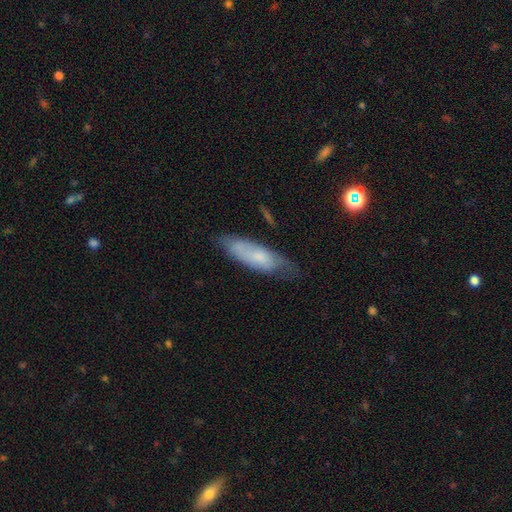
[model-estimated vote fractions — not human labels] This appears to be a smooth galaxy with no disk features (58%) that is in between round and cigar-shaped (52%). Merging: none (61%).